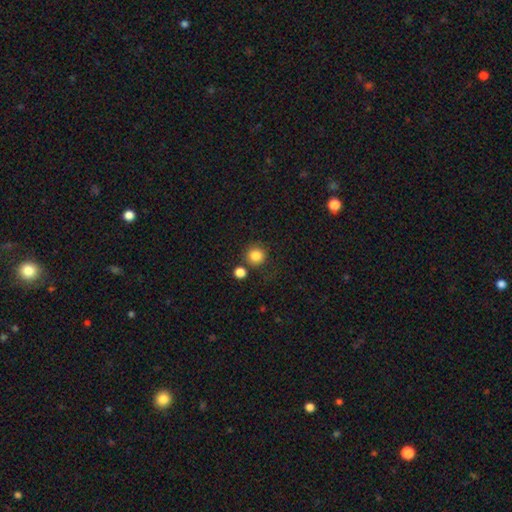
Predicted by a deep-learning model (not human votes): Overall: smooth (84%). How rounded: round (93%). Merging: none (78%).